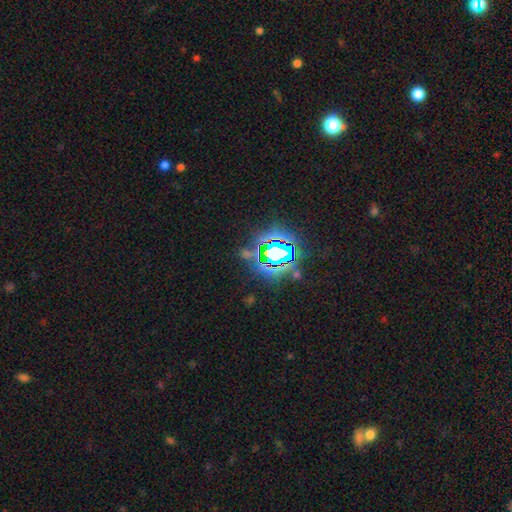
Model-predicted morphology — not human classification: star or artifact 81%, smooth 12%, featured or disk 7%.